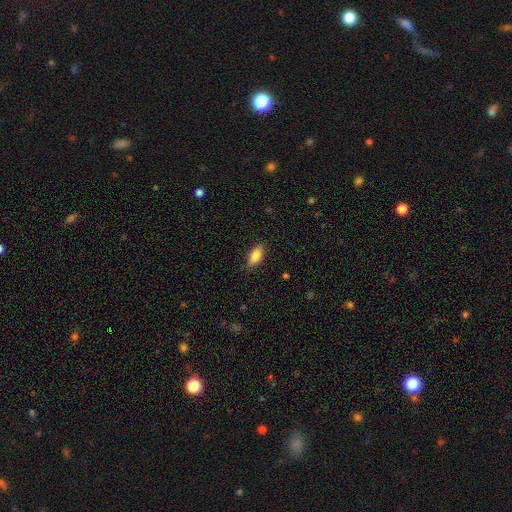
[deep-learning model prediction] smooth 85%, featured or disk 8%, star or artifact 7%. Down the decision tree: how rounded — in between (86%); merging — none (84%).